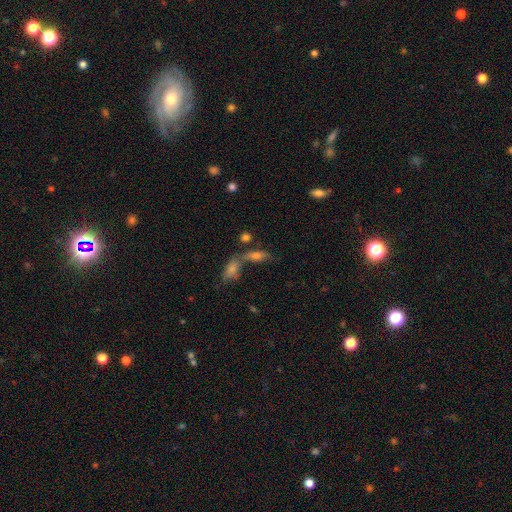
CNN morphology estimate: type=smooth (61%); roundness=in between (66%); merging=none (42%).